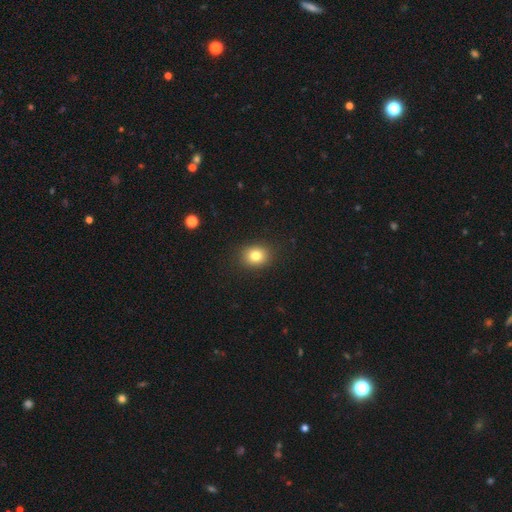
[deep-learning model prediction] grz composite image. It shows a smooth galaxy with no disk features (81%) that is round (58%). Merging: none (89%).